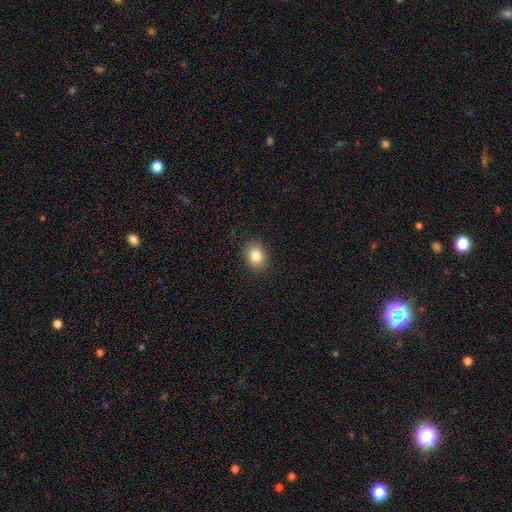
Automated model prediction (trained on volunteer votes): A smooth galaxy with no disk features (83%) that is in between round and cigar-shaped (57%).

Vote fractions:
- Smooth or featured? smooth: 83% / star or artifact: 10% / featured or disk: 7%
- How rounded? in between: 57% / round: 42% / cigar-shaped: 1%
- Merging? none: 89% / minor disturbance: 8% / major disturbance: 2% / merger: 1%